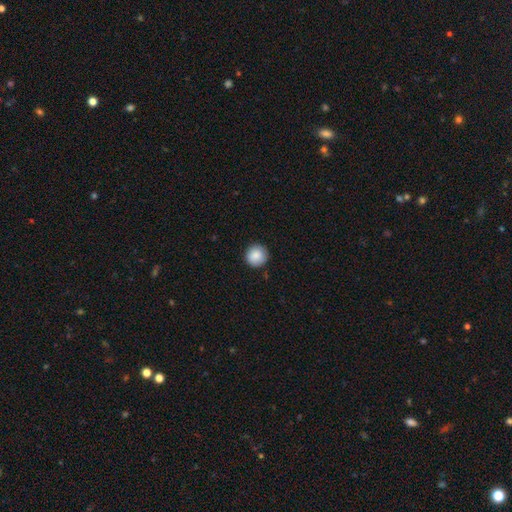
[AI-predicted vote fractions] A smooth galaxy with no disk features (88%) that is round (95%).

Vote fractions:
- Smooth or featured? smooth: 88% / star or artifact: 8% / featured or disk: 4%
- How rounded? round: 95% / in between: 4% / cigar-shaped: 1%
- Merging? none: 90% / minor disturbance: 8% / major disturbance: 2% / merger: 1%